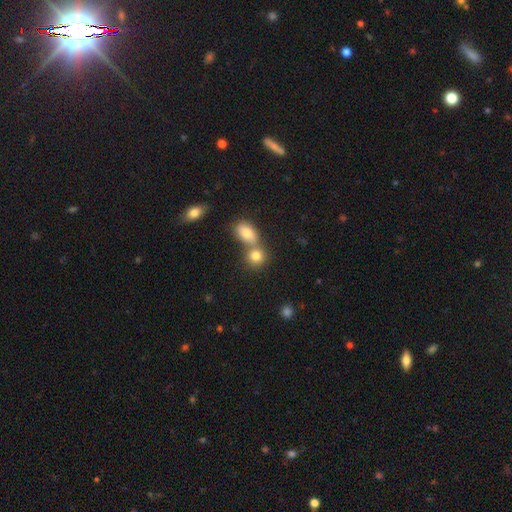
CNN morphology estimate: smooth-or-featured: smooth: 80% | star or artifact: 11% | featured or disk: 9%
  how-rounded: round: 71% | in between: 28% | cigar-shaped: 1%
  merging: merger: 48% | none: 42% | minor disturbance: 7% | major disturbance: 3%